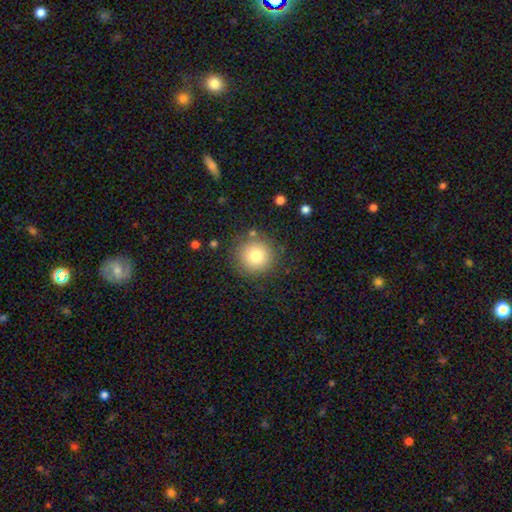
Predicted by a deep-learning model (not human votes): Morphology: type=smooth (78%); roundness=round (95%); merging=none (85%).